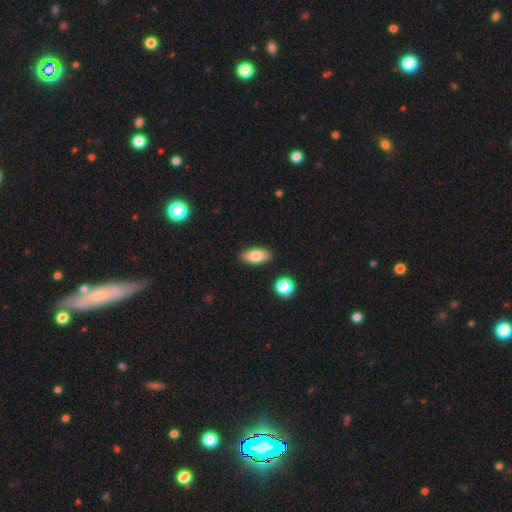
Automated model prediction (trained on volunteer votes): Q: Smooth or featured?
A: smooth (81%); runner-up: featured or disk (11%)
Q: How rounded?
A: in between (90%); runner-up: cigar-shaped (6%)
Q: Merging?
A: none (88%); runner-up: minor disturbance (8%)